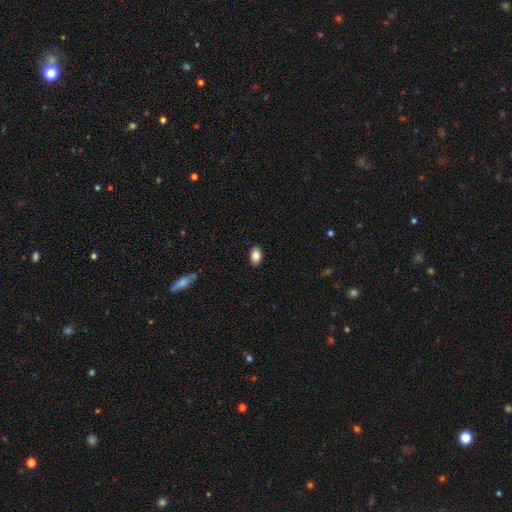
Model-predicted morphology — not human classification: type=smooth (86%); roundness=in between (91%); merging=none (88%).